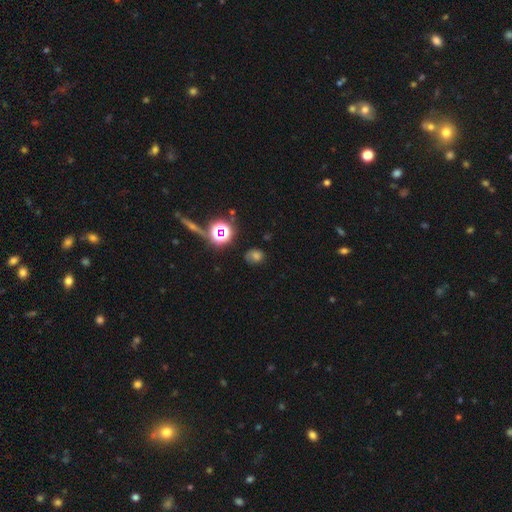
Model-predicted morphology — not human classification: smooth_or_featured: smooth (p=0.46) [alt: star or artifact p=0.41]
merging: none (p=0.79) [alt: minor disturbance p=0.13]